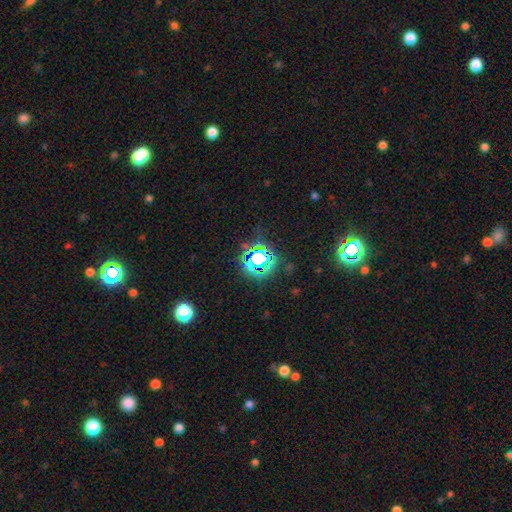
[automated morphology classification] star or artifact 73%, smooth 18%, featured or disk 10%.